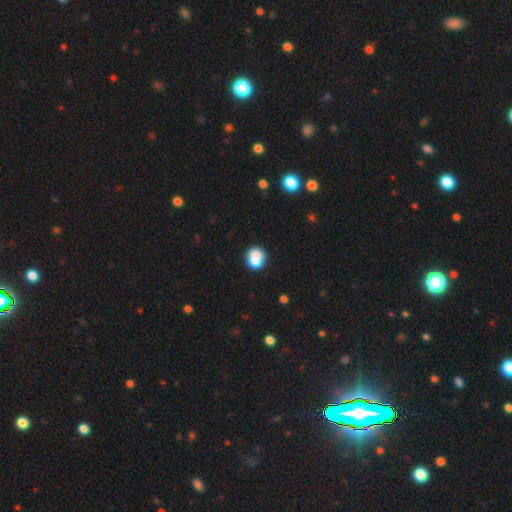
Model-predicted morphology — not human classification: A smooth galaxy with no disk features (72%) that is round (76%). Merging: merger (42%, tied with none).